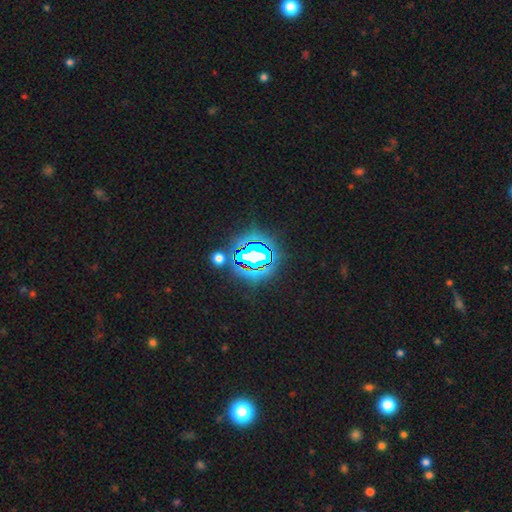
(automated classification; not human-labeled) This appears to be a star or artifact, not a galaxy (74%).